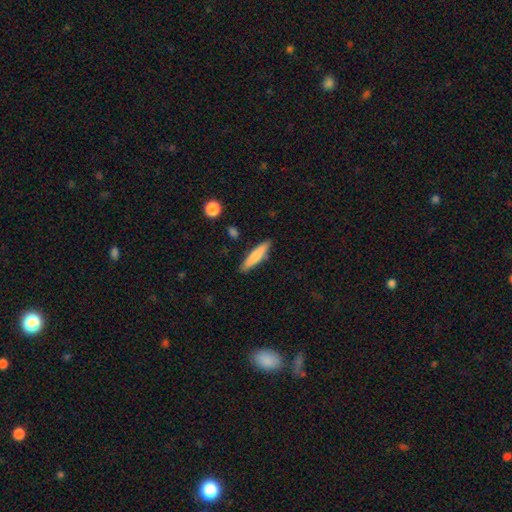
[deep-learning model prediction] Smooth or featured?
  - smooth: 75% *
  - featured or disk: 19%
  - star or artifact: 6%
How rounded?
  - cigar-shaped: 85% *
  - in between: 14%
  - round: 1%
Merging?
  - none: 87% *
  - minor disturbance: 9%
  - major disturbance: 2%
  - merger: 2%